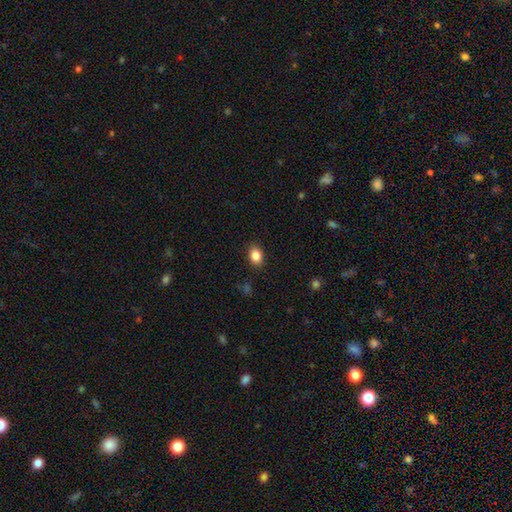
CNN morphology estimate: smooth_or_featured: smooth (p=0.86) [alt: star or artifact p=0.09]
how_rounded: in between (p=0.69) [alt: round p=0.30]
merging: none (p=0.87) [alt: minor disturbance p=0.09]